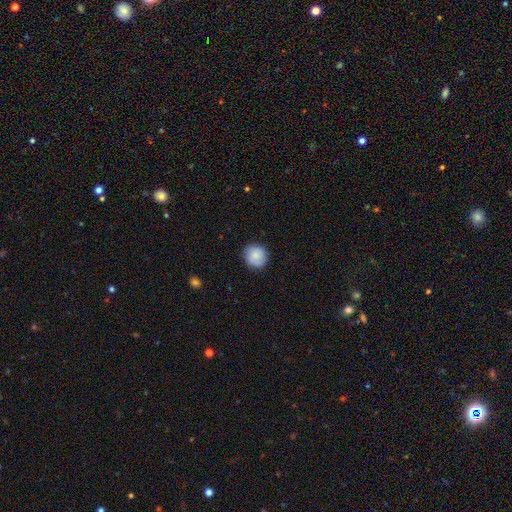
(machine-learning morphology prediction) This appears to be a smooth galaxy with no disk features (80%) that is round (90%). Merging: none (86%).